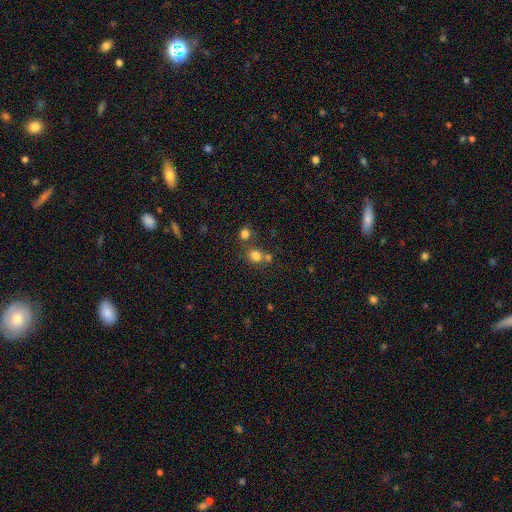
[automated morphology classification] This is likely a smooth galaxy (78%). How rounded: likely round (71%). Merging: possibly none (57%).